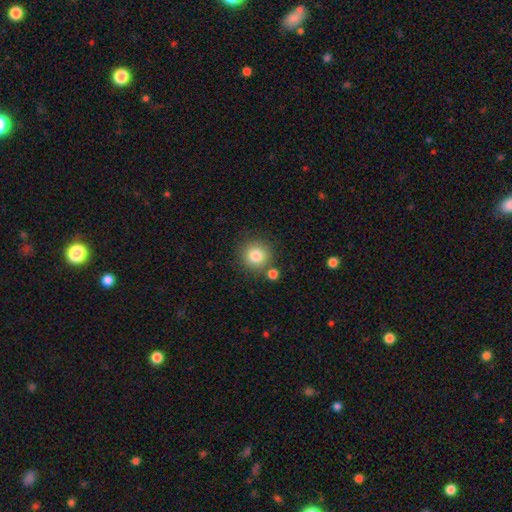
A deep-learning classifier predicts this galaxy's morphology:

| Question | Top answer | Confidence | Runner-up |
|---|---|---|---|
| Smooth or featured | smooth | 82% | star or artifact (11%) |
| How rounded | round | 93% | in between (6%) |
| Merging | none | 80% | merger (8%) |